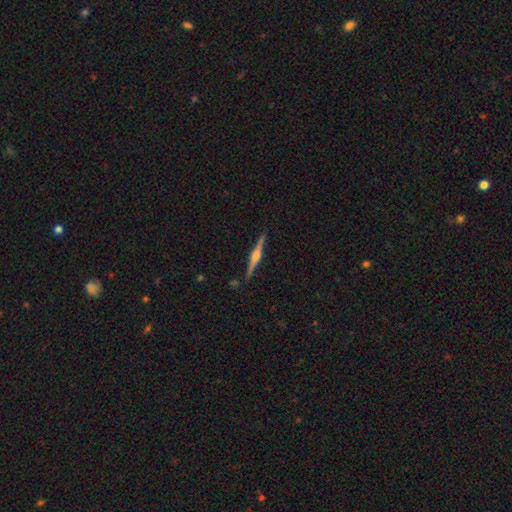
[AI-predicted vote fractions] A featured or disk galaxy (82%) viewed edge-on (99%) with a rounded central bulge (87%).

Vote fractions:
- Smooth or featured? featured or disk: 82% / smooth: 13% / star or artifact: 5%
- Edge-on disk? yes: 99% / no: 1%
- Edge-on bulge? rounded: 87% / boxy: 10% / none: 3%
- Merging? none: 91% / minor disturbance: 7% / major disturbance: 1% / merger: 1%